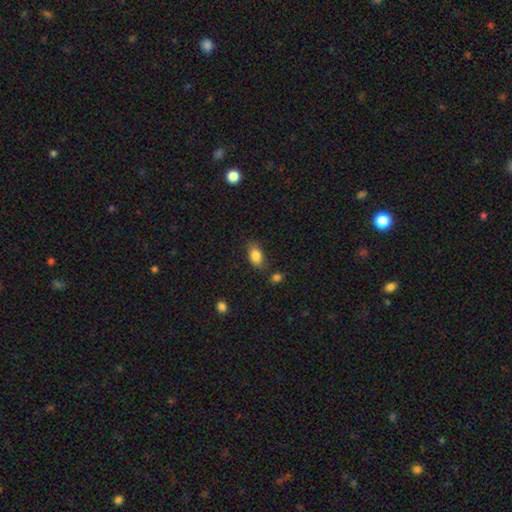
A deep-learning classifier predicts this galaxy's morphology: type=smooth (85%); roundness=in between (89%); merging=none (77%).